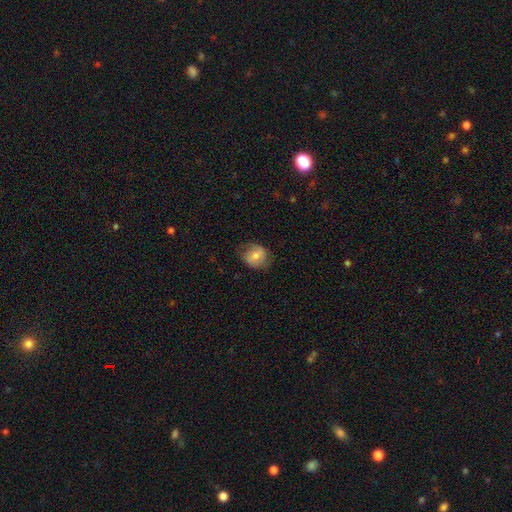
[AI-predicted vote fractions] Overall: smooth (63%; featured or disk 30%). How rounded: round (64%; in between 35%). Merging: none (69%).